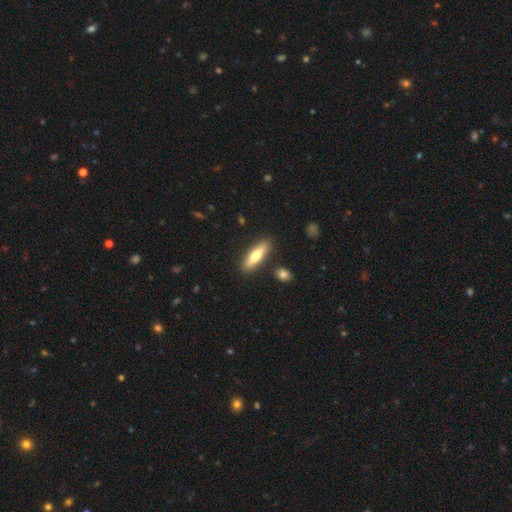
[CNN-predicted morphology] A smooth galaxy with no disk features (63%) that is cigar-shaped (62%).

Vote fractions:
- Smooth or featured? smooth: 63% / featured or disk: 32% / star or artifact: 6%
- How rounded? cigar-shaped: 62% / in between: 36% / round: 2%
- Merging? none: 87% / minor disturbance: 8% / merger: 3% / major disturbance: 2%